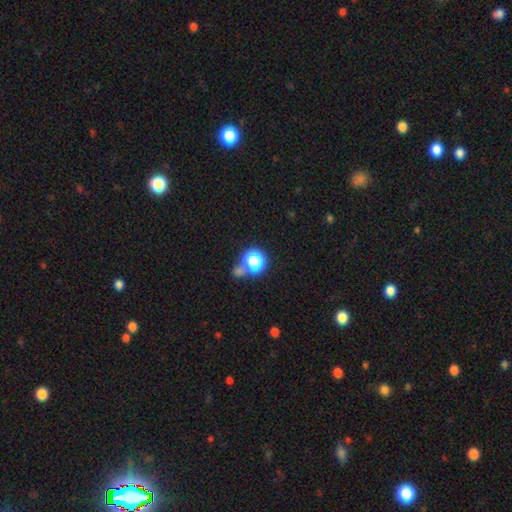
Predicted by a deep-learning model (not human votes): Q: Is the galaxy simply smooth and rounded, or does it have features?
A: smooth — 49%.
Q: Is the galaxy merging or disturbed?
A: none — 69%.